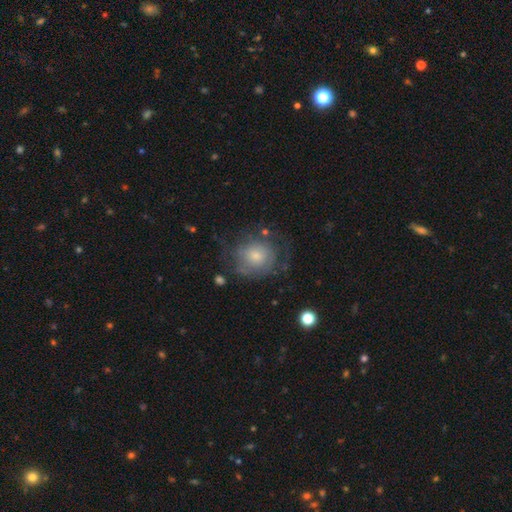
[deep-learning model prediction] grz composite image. It shows a featured or disk galaxy (49%). Merging: none (56%).